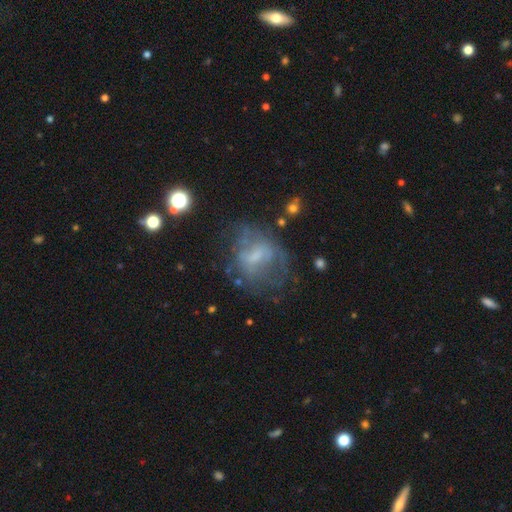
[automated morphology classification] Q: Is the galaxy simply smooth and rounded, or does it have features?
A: featured or disk — 55%.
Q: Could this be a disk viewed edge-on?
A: no — 96%.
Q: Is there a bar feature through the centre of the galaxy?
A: no — 44%, tied with weak.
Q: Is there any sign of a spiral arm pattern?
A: no — 57%.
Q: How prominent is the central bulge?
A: small — 37%.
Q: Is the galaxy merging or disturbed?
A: none — 48%.